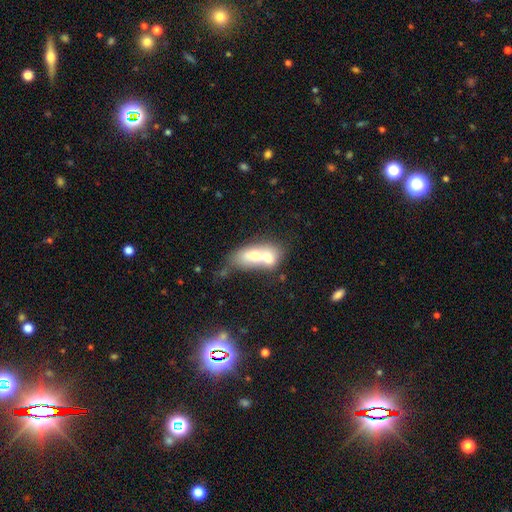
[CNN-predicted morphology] Smooth or featured: smooth — 61% (featured or disk — 31%)
How rounded: in between — 74% (round — 19%)
Merging: merger — 74% (none — 15%)